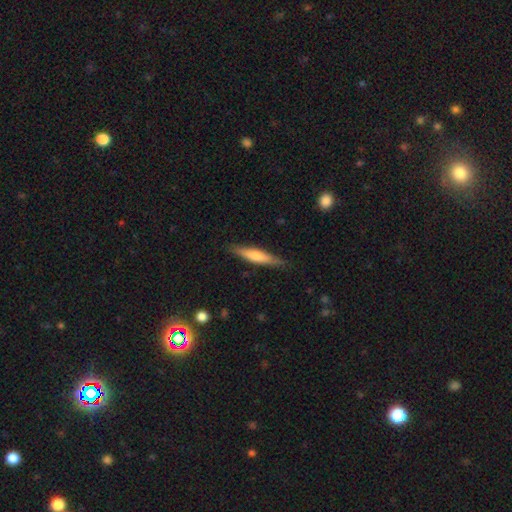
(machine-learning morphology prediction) This appears to be a smooth galaxy with no disk features (57%) that is cigar-shaped (89%). Merging: none (87%).